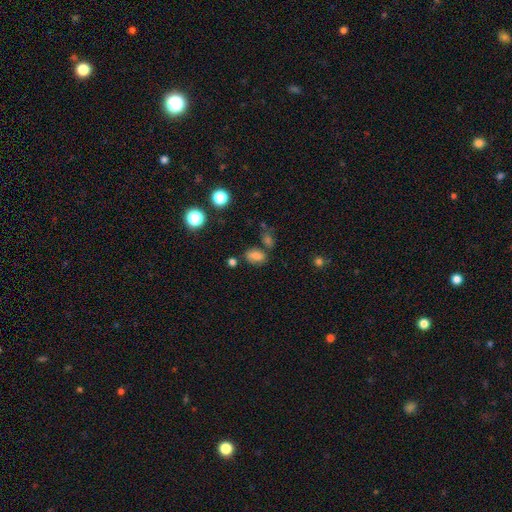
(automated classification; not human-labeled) Overall: smooth (71%). How rounded: in between (76%). Merging: none (67%).